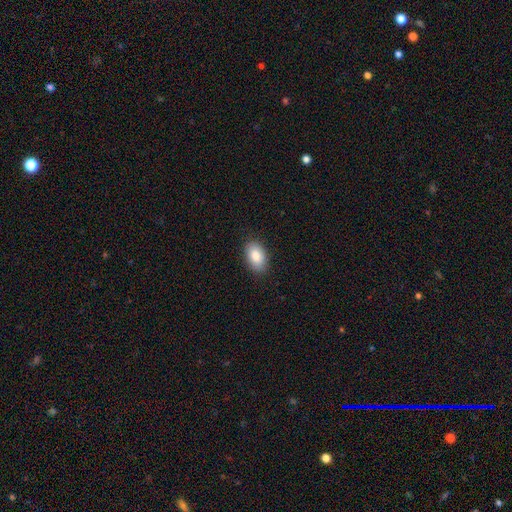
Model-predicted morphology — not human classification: A smooth galaxy with no disk features (85%) that is in between round and cigar-shaped (91%). Merging: none (87%).